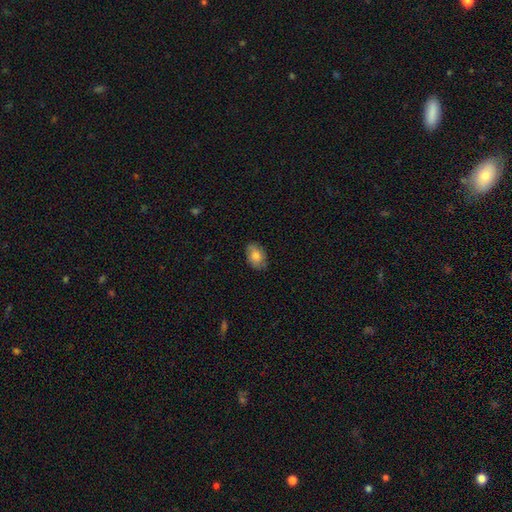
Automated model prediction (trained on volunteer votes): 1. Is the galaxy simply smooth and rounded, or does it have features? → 76% smooth, 17% featured or disk, 7% star or artifact.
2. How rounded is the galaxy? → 86% in between, 13% round, 1% cigar-shaped.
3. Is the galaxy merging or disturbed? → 80% none, 16% minor disturbance, 3% major disturbance, 1% merger.